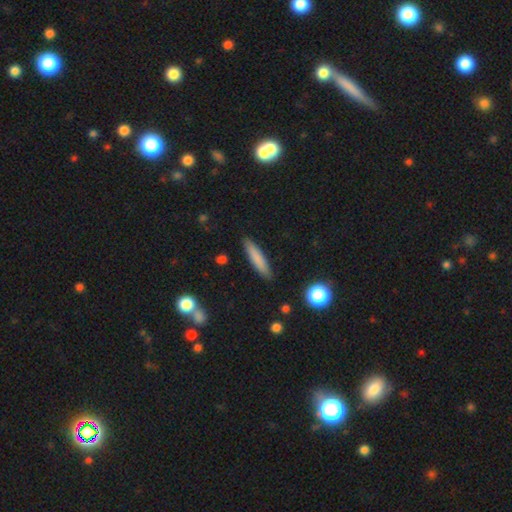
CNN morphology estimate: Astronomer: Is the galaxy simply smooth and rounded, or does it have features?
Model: smooth — 79%.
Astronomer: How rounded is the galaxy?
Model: cigar-shaped — 85%.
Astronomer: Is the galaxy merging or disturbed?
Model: none — 88%.